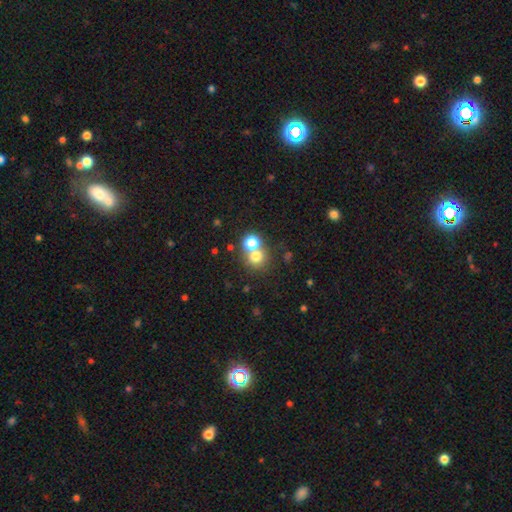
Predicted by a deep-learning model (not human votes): The model was most divided on "merging": none: 50%, merger: 40%, minor disturbance: 6%, major disturbance: 4%. More confident: how rounded — round (87%); smooth or featured — smooth (72%).